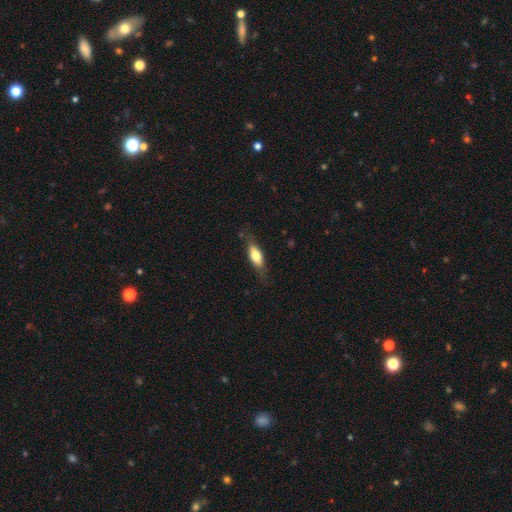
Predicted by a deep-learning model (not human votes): smooth-or-featured: smooth: 68% | featured or disk: 26% | star or artifact: 6%
  how-rounded: in between: 67% | cigar-shaped: 30% | round: 3%
  merging: none: 75% | minor disturbance: 19% | major disturbance: 5% | merger: 1%